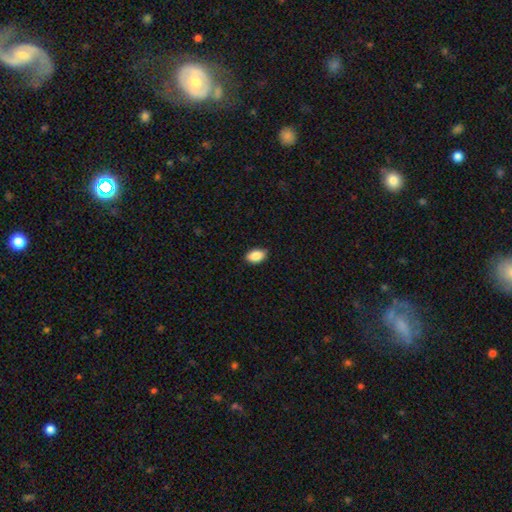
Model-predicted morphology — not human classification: Smooth or featured?
  - smooth: 88% *
  - star or artifact: 7%
  - featured or disk: 4%
How rounded?
  - in between: 90% *
  - round: 8%
  - cigar-shaped: 2%
Merging?
  - none: 85% *
  - minor disturbance: 12%
  - major disturbance: 2%
  - merger: 1%